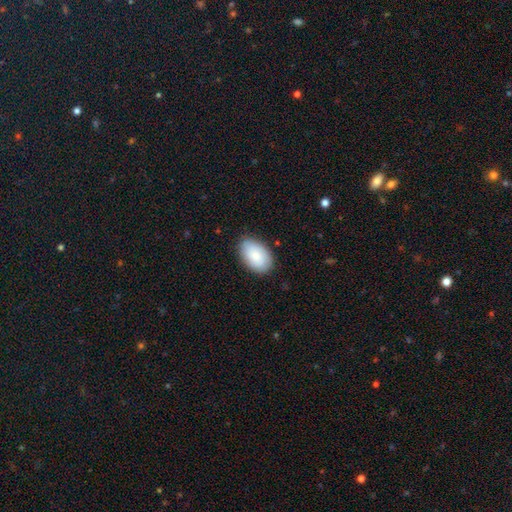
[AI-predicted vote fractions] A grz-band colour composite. It shows a smooth galaxy with no disk features (83%) that is in between round and cigar-shaped (92%). Merging: none (81%).